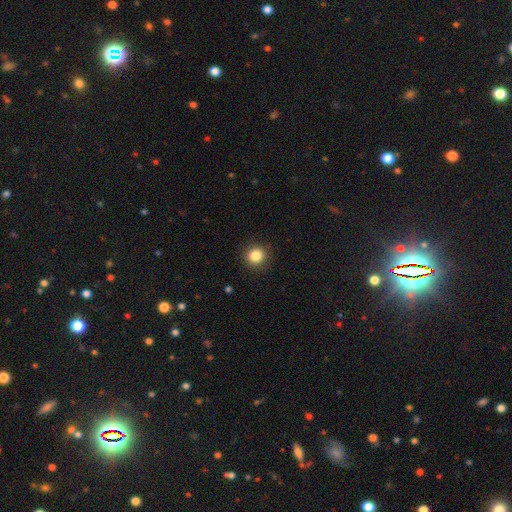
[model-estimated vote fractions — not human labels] smooth-or-featured: smooth: 85% | star or artifact: 10% | featured or disk: 5%
  how-rounded: round: 90% | in between: 9% | cigar-shaped: 1%
  merging: none: 89% | minor disturbance: 7% | major disturbance: 2% | merger: 1%